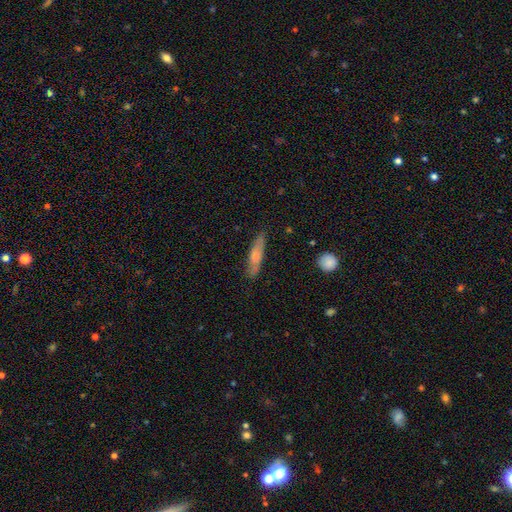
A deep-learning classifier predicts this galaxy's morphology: This appears to be a smooth galaxy with no disk features (67%) that is cigar-shaped (79%). Merging: none (77%).